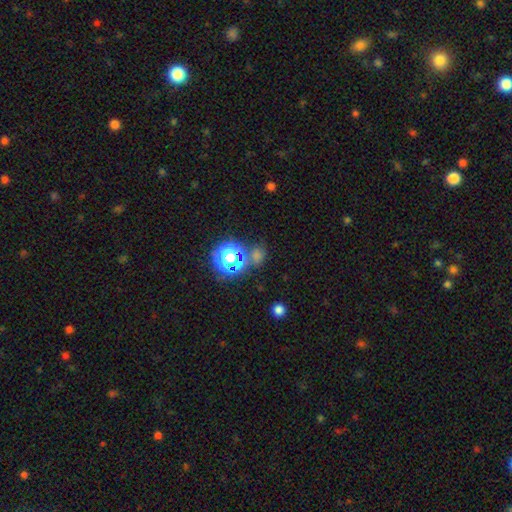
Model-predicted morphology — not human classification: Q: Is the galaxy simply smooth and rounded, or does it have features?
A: star or artifact — 52%.